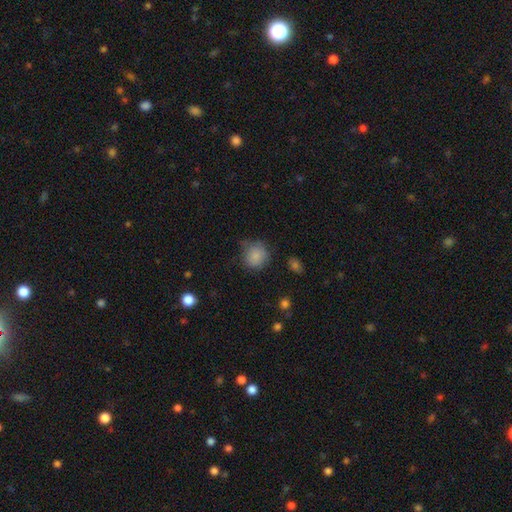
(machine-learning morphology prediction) smooth-or-featured: smooth: 84% | star or artifact: 9% | featured or disk: 7%
  how-rounded: round: 85% | in between: 14% | cigar-shaped: 1%
  merging: none: 67% | minor disturbance: 24% | major disturbance: 6% | merger: 3%